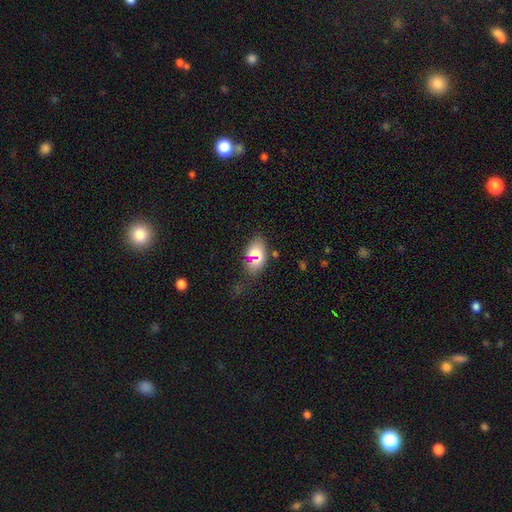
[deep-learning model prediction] Morphology: type=smooth (71%); roundness=in between (89%); merging=none (79%).